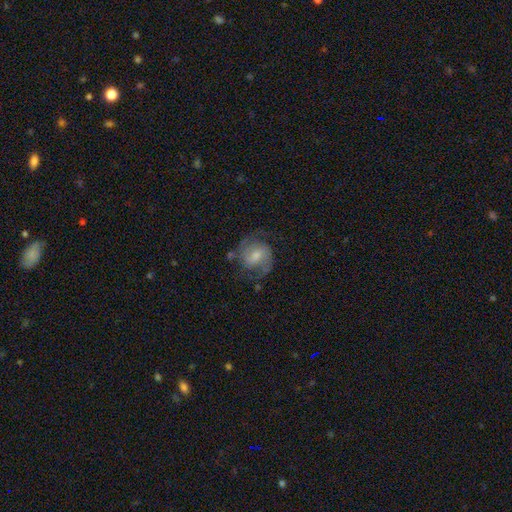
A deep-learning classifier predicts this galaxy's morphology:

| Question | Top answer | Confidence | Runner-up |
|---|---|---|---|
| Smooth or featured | featured or disk | 75% | smooth (18%) |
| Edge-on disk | no | 98% | yes (2%) |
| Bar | weak | 51% | no (36%) |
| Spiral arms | yes | 94% | no (6%) |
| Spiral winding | medium | 55% | loose (23%) |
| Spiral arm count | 2 | 89% | can't tell (5%) |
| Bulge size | moderate | 43% | small (29%) |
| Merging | none | 68% | minor disturbance (18%) |